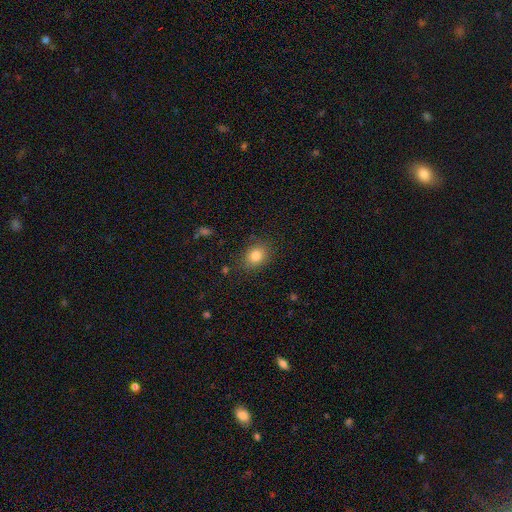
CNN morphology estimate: type=smooth (82%); roundness=in between (56%); merging=none (84%).